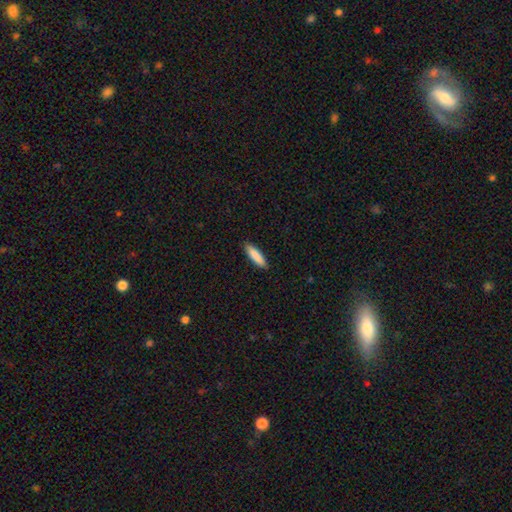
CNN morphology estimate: A smooth galaxy with no disk features (87%) that is cigar-shaped (68%).

Vote fractions:
- Smooth or featured? smooth: 87% / featured or disk: 8% / star or artifact: 6%
- How rounded? cigar-shaped: 68% / in between: 31% / round: 1%
- Merging? none: 90% / minor disturbance: 8% / major disturbance: 2% / merger: 1%